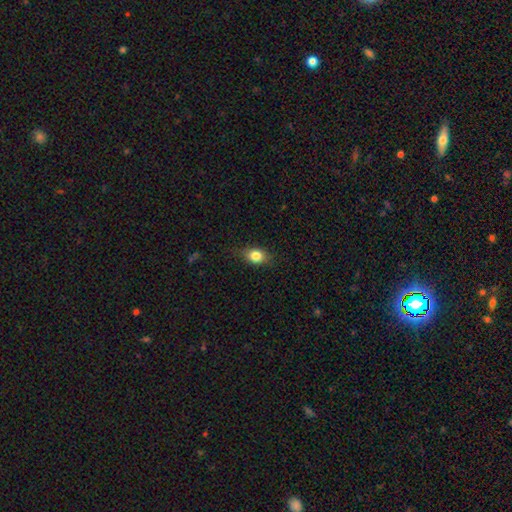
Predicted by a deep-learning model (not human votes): Smooth or featured? smooth (82%)
How rounded? in between (62%)
Merging? none (79%)